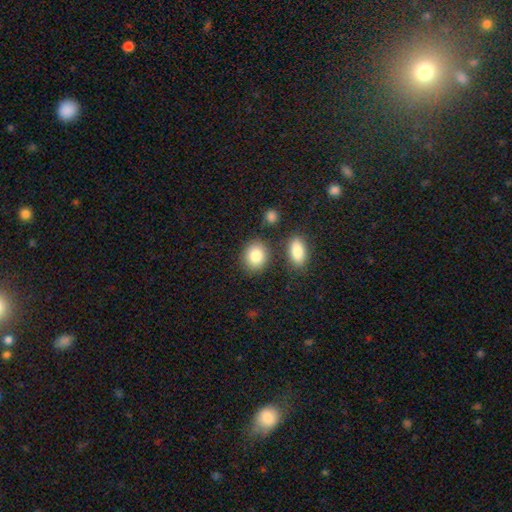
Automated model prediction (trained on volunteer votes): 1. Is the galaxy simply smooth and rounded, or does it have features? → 85% smooth, 8% star or artifact, 7% featured or disk.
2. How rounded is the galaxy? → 54% round, 45% in between, 1% cigar-shaped.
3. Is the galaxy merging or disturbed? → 78% none, 10% minor disturbance, 9% merger, 3% major disturbance.